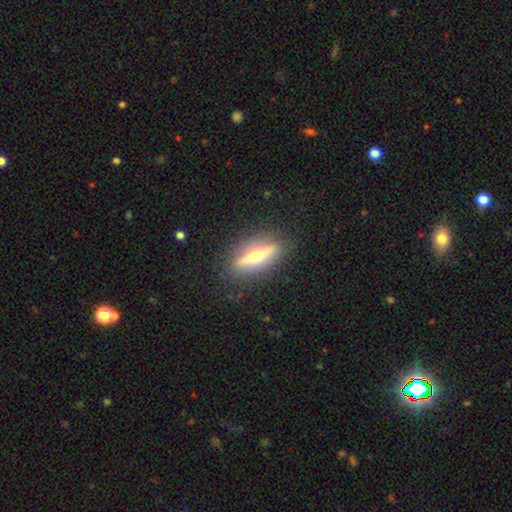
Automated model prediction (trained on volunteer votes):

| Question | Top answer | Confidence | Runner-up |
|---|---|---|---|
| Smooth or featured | featured or disk | 65% | smooth (29%) |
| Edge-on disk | yes | 88% | no (12%) |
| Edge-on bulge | rounded | 94% | boxy (3%) |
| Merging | none | 87% | minor disturbance (9%) |